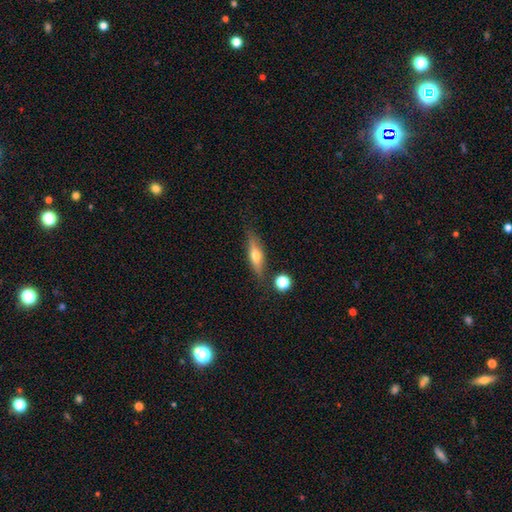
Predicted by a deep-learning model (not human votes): Overall: smooth (47%; featured or disk 46%). Merging: none (80%).